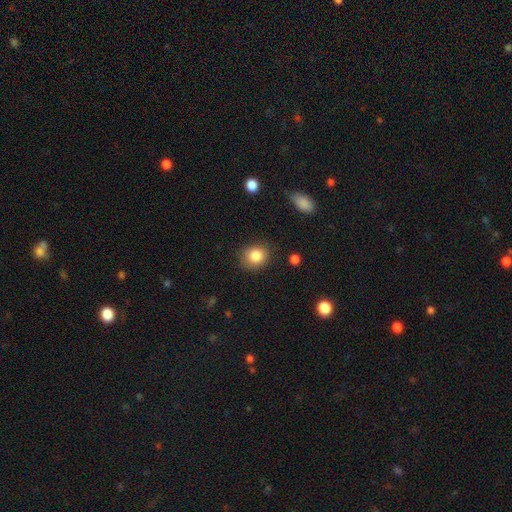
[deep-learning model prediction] The model was most divided on "how rounded": round: 70%, in between: 29%, cigar-shaped: 1%. More confident: smooth or featured — smooth (84%); merging — none (80%).